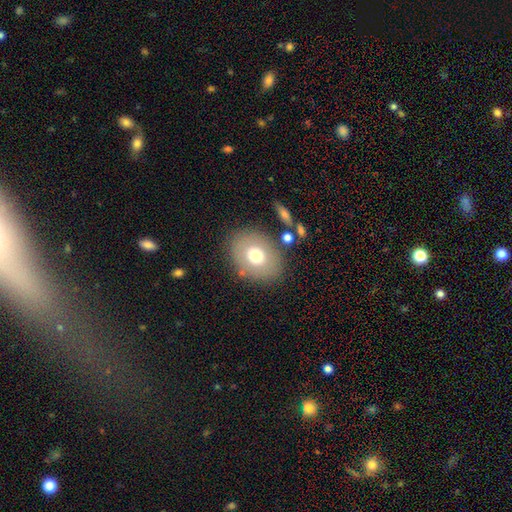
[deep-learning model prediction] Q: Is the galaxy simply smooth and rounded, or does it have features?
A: smooth — 68%.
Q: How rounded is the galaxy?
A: in between — 53%.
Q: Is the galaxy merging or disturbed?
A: none — 80%.